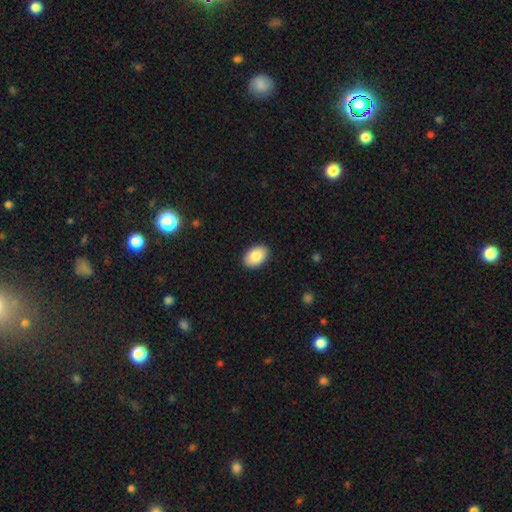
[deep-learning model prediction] Smooth or featured? Predicted: smooth (p=0.85). How rounded? Predicted: in between (p=0.89). Merging? Predicted: none (p=0.90).